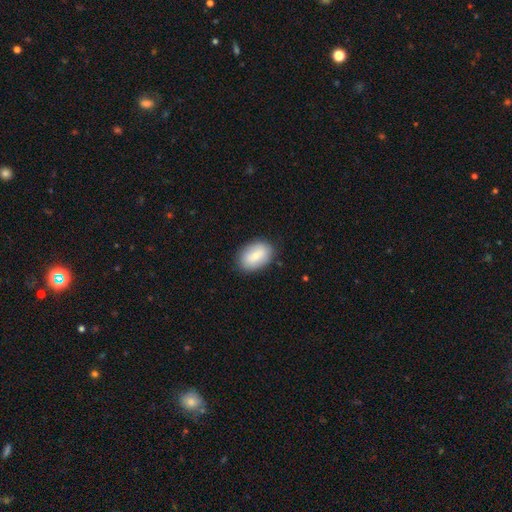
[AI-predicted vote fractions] smooth-or-featured: smooth: 77% | featured or disk: 16% | star or artifact: 7%
  how-rounded: in between: 88% | round: 11% | cigar-shaped: 1%
  merging: none: 84% | minor disturbance: 12% | major disturbance: 3% | merger: 1%